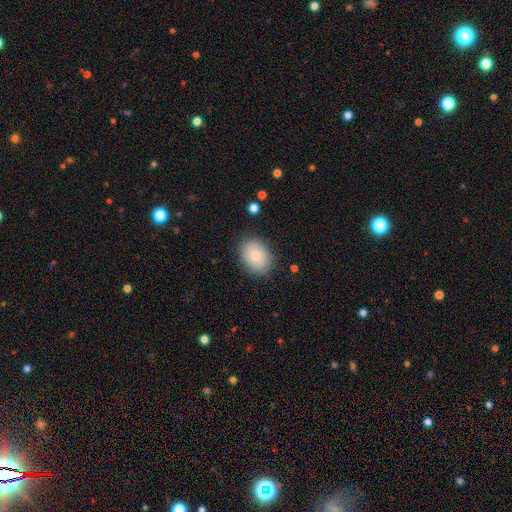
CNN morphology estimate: smooth 82%, featured or disk 10%, star or artifact 8%. Down the decision tree: how rounded — in between (66%); merging — none (83%).